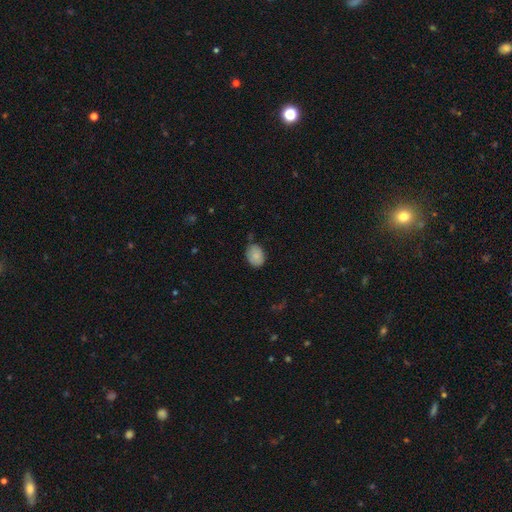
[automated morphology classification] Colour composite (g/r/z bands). It shows a smooth galaxy with no disk features (82%) that is in between round and cigar-shaped (71%). Merging: none (69%).